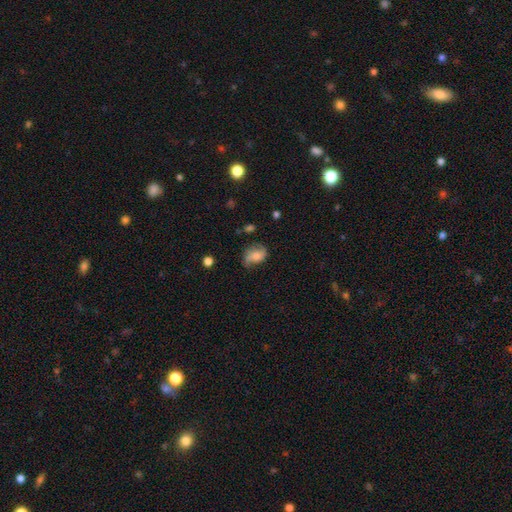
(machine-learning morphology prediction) Smooth or featured?
  - featured or disk: 53% *
  - smooth: 38%
  - star or artifact: 9%
Edge-on disk?
  - no: 96% *
  - yes: 4%
Bar?
  - no: 66% *
  - weak: 27%
  - strong: 6%
Spiral arms?
  - yes: 87% *
  - no: 13%
Bulge size?
  - moderate: 37% *
  - small: 35%
  - none: 16%
  - large: 10%
  - dominant: 2%
Merging?
  - none: 54% *
  - minor disturbance: 29%
  - major disturbance: 14%
  - merger: 3%